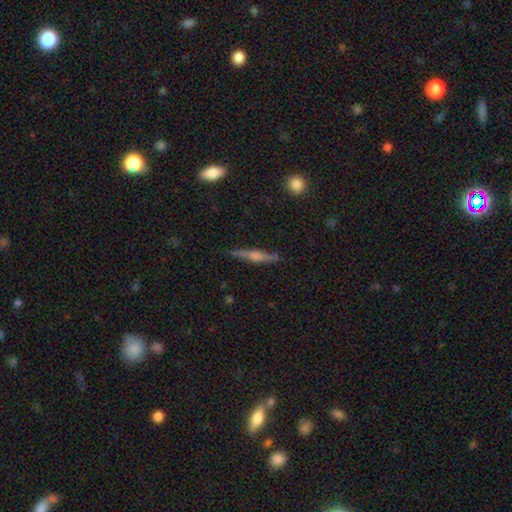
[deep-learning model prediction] Overall: featured or disk (70%). Edge-on disk: yes (97%). Edge-on bulge: rounded (79%). Merging: none (86%).